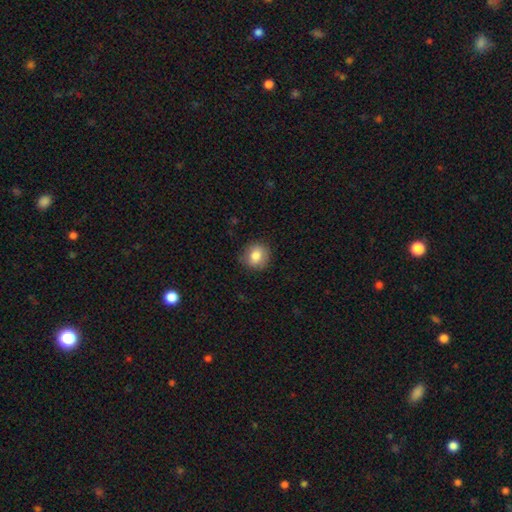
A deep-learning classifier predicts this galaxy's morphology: type=smooth (82%); roundness=round (81%); merging=none (83%).